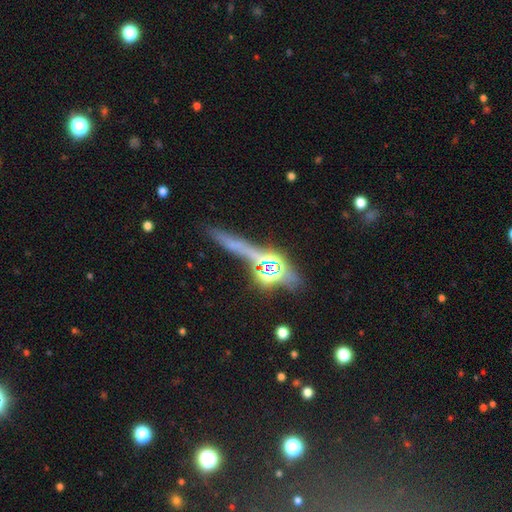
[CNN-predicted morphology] Smooth or featured? Predicted: featured or disk (p=0.48). Merging? Predicted: none (p=0.41).